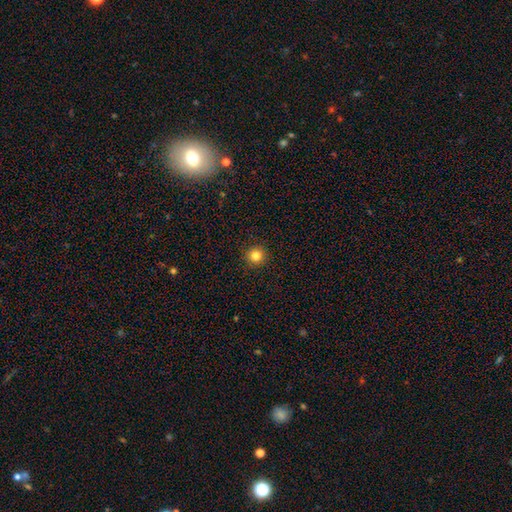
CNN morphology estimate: Q: Smooth or featured?
A: smooth (83%); runner-up: star or artifact (12%)
Q: How rounded?
A: round (95%); runner-up: in between (4%)
Q: Merging?
A: none (93%); runner-up: minor disturbance (4%)